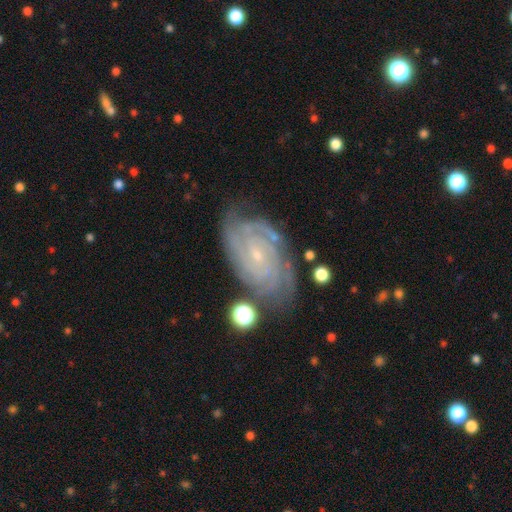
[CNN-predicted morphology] Smooth or featured? Predicted: featured or disk (p=0.86). Edge-on disk? Predicted: no (p=0.96). Bar? Predicted: no (p=0.69). Spiral arms? Predicted: yes (p=0.97). Spiral winding? Predicted: tight (p=0.78). Spiral arm count? Predicted: can't tell (p=0.26). Bulge size? Predicted: small (p=0.84). Merging? Predicted: none (p=0.73).